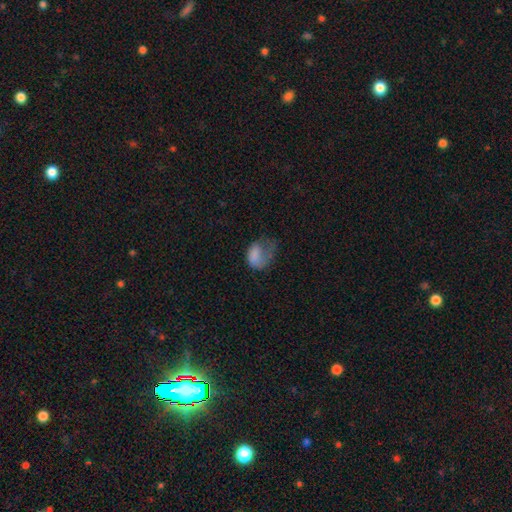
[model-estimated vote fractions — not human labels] smooth_or_featured: smooth (p=0.70) [alt: featured or disk p=0.21]
how_rounded: in between (p=0.74) [alt: round p=0.25]
merging: major disturbance (p=0.58) [alt: minor disturbance p=0.22]